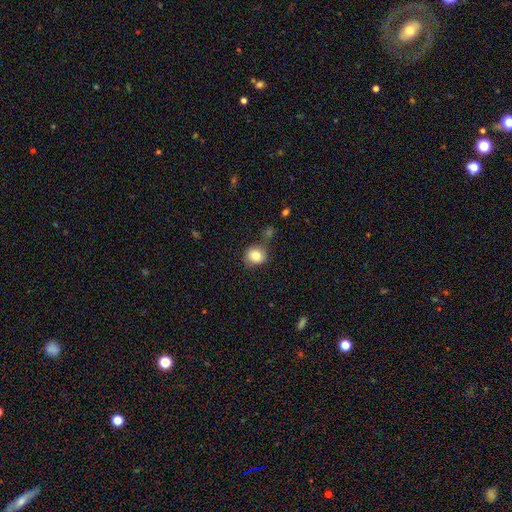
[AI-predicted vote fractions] smooth 83%, star or artifact 10%, featured or disk 8%. Down the decision tree: how rounded — round (79%); merging — none (73%).